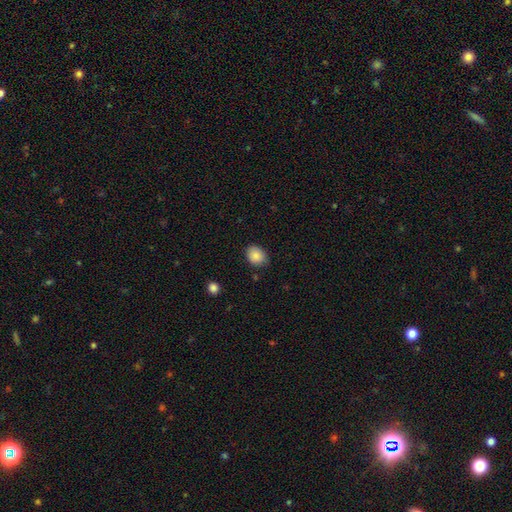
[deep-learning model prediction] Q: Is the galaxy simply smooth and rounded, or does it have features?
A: smooth — 87%.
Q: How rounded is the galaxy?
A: in between — 60%.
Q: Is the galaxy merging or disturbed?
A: none — 78%.